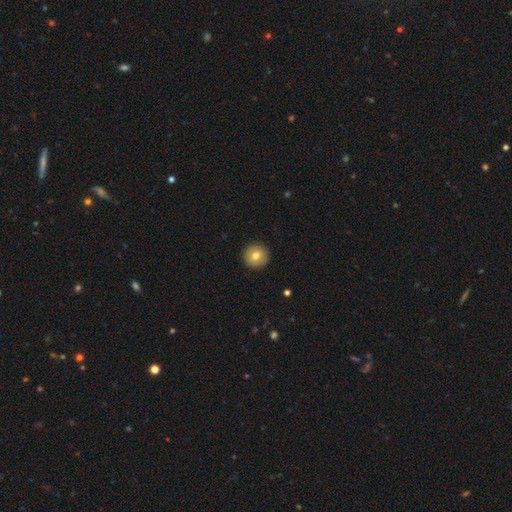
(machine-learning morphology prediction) Smooth or featured?
  - smooth: 78% *
  - featured or disk: 14%
  - star or artifact: 8%
How rounded?
  - round: 96% *
  - in between: 3%
  - cigar-shaped: 1%
Merging?
  - none: 93% *
  - minor disturbance: 5%
  - major disturbance: 1%
  - merger: 1%